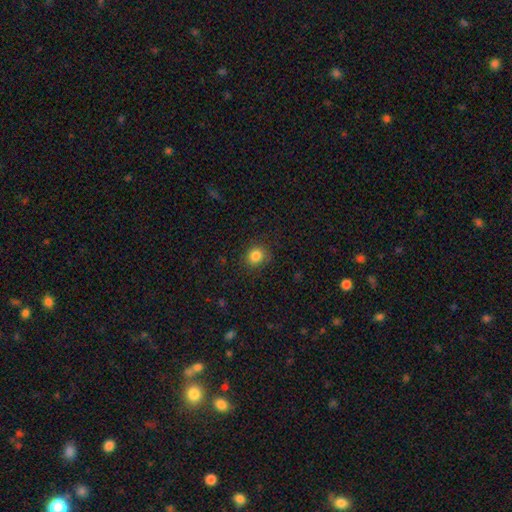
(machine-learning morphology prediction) smooth_or_featured: smooth (p=0.84) [alt: star or artifact p=0.11]
how_rounded: round (p=0.84) [alt: in between p=0.15]
merging: none (p=0.86) [alt: minor disturbance p=0.10]